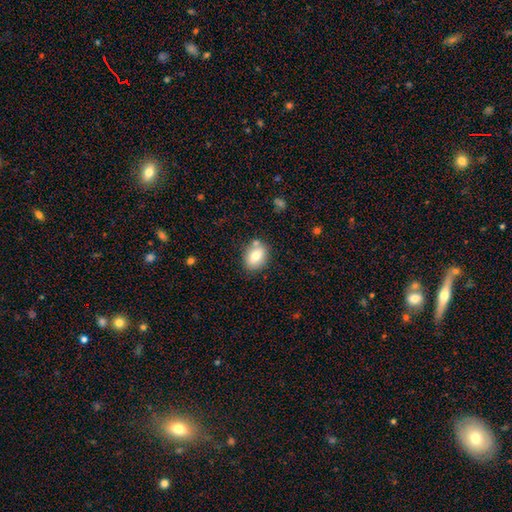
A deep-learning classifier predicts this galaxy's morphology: smooth 76%, featured or disk 15%, star or artifact 8%. Down the decision tree: how rounded — in between (70%); merging — none (76%).